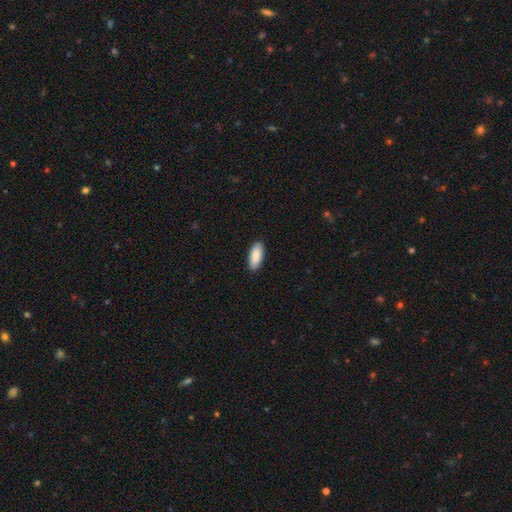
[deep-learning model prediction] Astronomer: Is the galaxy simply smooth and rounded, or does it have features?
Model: smooth — 91%.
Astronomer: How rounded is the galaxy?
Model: in between — 85%.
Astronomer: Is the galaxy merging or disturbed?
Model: none — 90%.